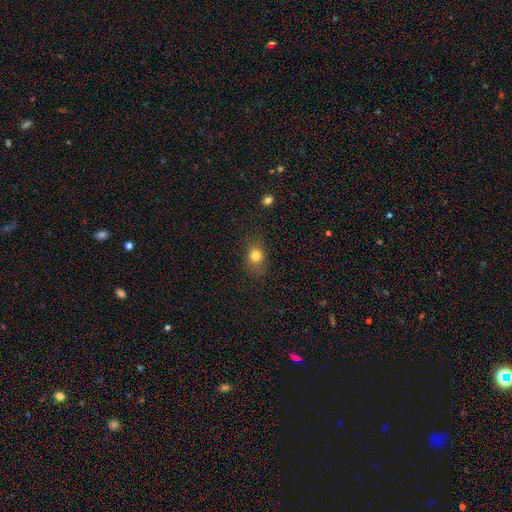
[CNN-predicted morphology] Smooth or featured? Predicted: smooth (p=0.78). How rounded? Predicted: round (p=0.53). Merging? Predicted: none (p=0.78).